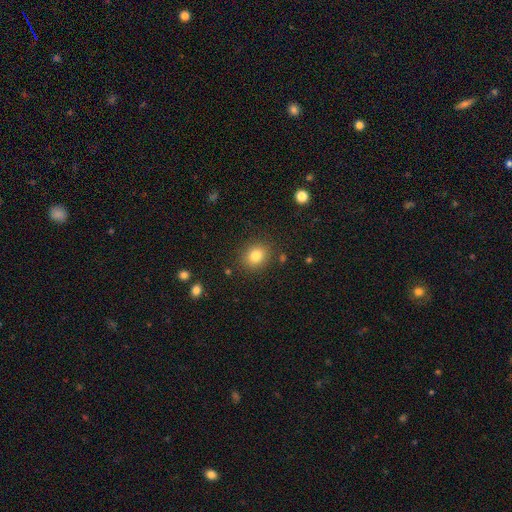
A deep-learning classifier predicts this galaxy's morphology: This is clearly a smooth galaxy (80%). How rounded: likely round (64%). Merging: clearly none (86%).